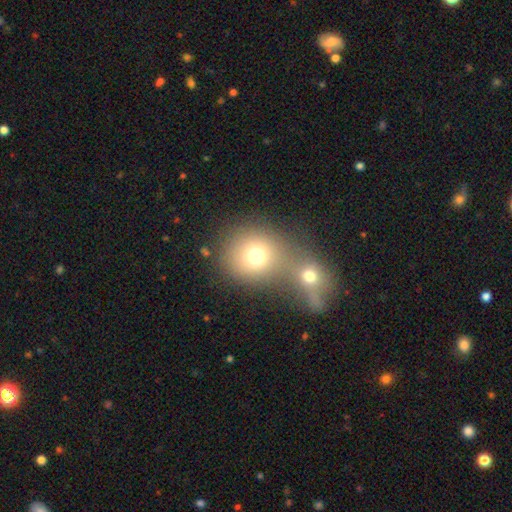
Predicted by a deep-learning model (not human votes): smooth 74%, star or artifact 14%, featured or disk 12%. Down the decision tree: how rounded — round (83%); merging — merger (52%).